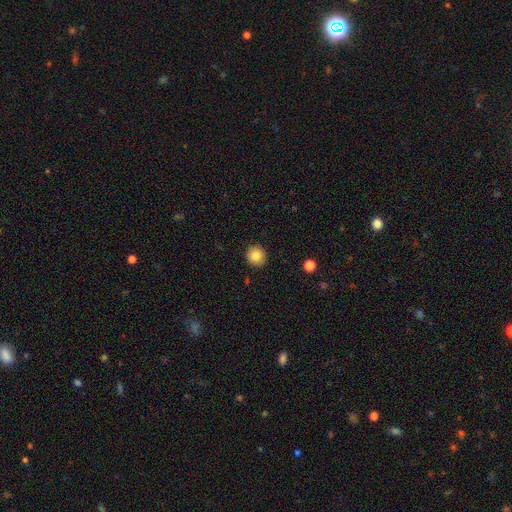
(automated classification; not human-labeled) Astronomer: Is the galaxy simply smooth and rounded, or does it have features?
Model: smooth — 82%.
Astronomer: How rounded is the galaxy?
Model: round — 93%.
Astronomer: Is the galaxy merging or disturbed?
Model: none — 92%.